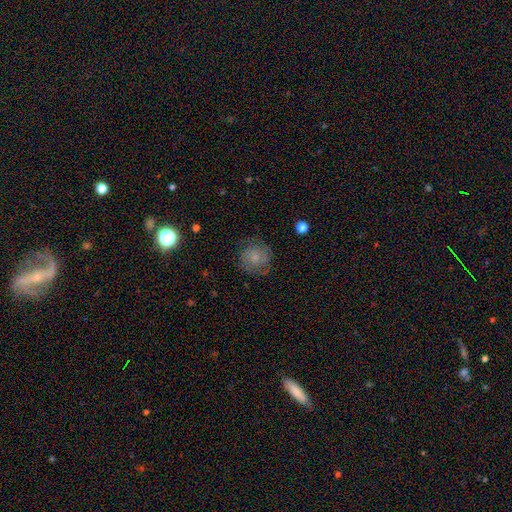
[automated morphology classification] type=smooth (57%); roundness=round (90%); merging=none (76%).